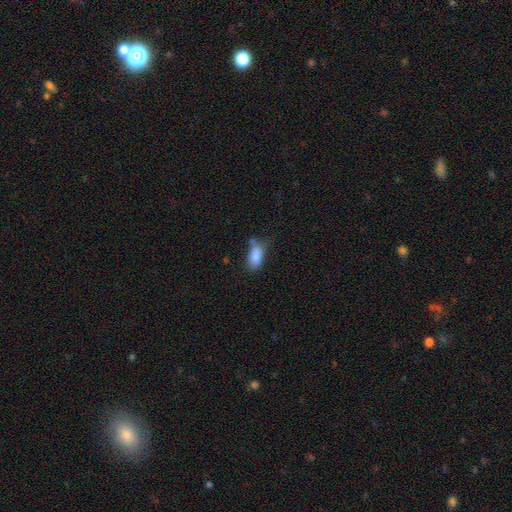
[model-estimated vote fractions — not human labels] Morphology: type=smooth (83%); roundness=in between (88%); merging=none (50%).